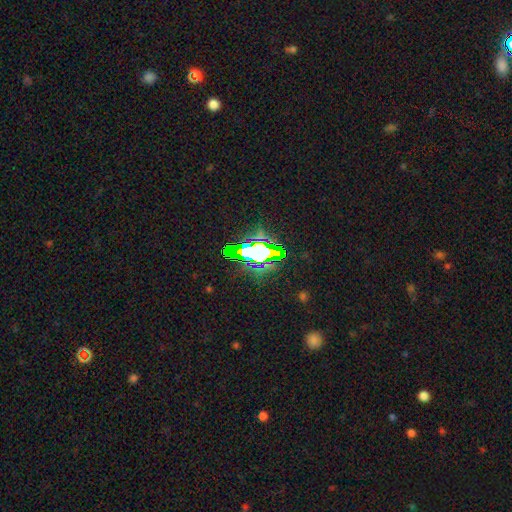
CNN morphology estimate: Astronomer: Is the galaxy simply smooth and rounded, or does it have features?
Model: star or artifact — 52% (runner-up: smooth, 32%).